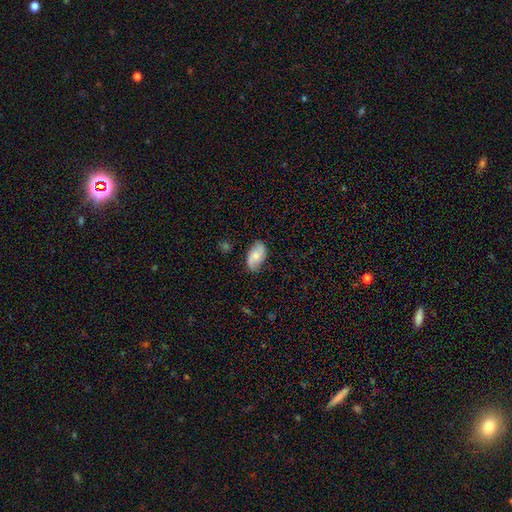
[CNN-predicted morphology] This is possibly a featured or disk galaxy (48%). Merging: likely none (76%).